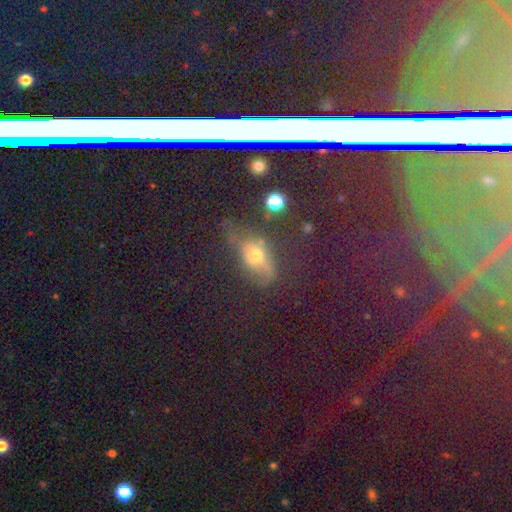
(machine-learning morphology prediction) A smooth galaxy with no disk features (48%). Merging: none (51%).